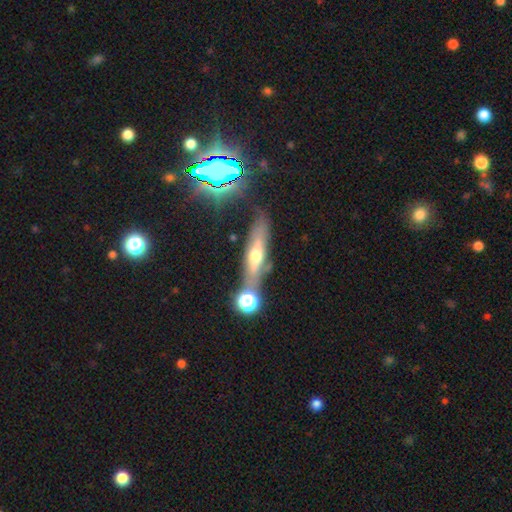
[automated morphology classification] smooth-or-featured: featured or disk: 50% | smooth: 36% | star or artifact: 14%
  disk-edge-on: yes: 76% | no: 24%
  merging: none: 63% | minor disturbance: 17% | merger: 13% | major disturbance: 7%